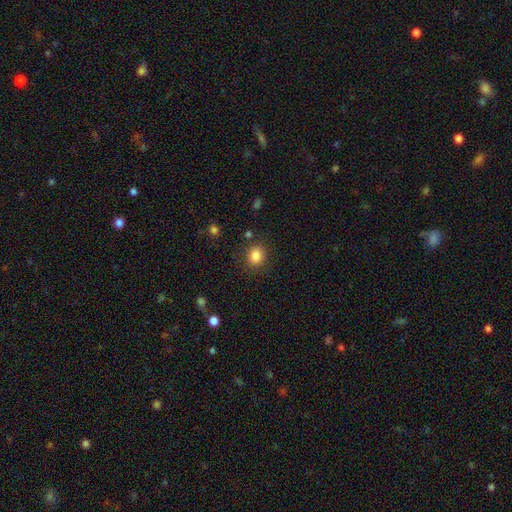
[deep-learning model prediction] Smooth or featured? smooth (85%)
How rounded? round (67%)
Merging? none (84%)